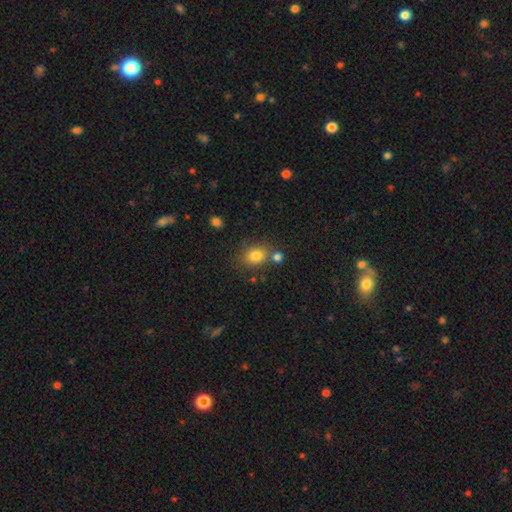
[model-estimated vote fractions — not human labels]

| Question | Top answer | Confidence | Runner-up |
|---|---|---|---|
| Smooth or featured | smooth | 80% | star or artifact (11%) |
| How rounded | in between | 52% | round (47%) |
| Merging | none | 66% | merger (16%) |